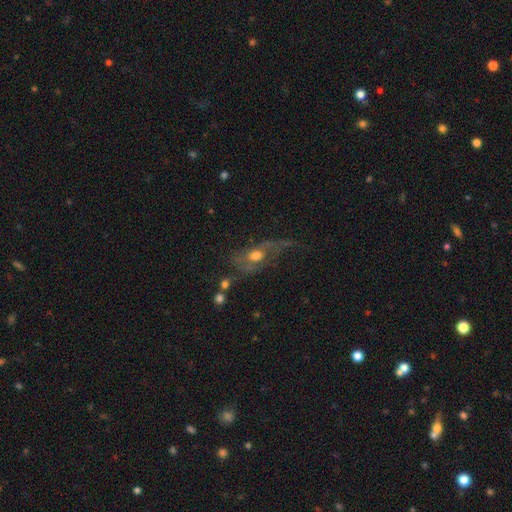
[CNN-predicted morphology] smooth_or_featured: featured or disk (p=0.56) [alt: smooth p=0.33]
disk_edge_on: no (p=0.83) [alt: yes p=0.17]
merging: major disturbance (p=0.39) [alt: none p=0.33]